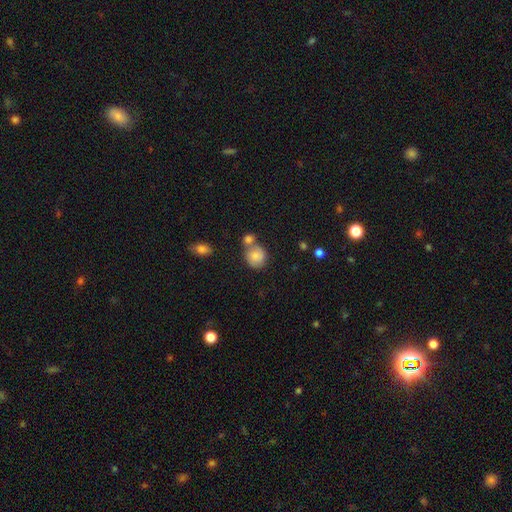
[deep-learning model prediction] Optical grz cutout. It shows a smooth galaxy with no disk features (79%) that is round (78%). Merging: none (45%).